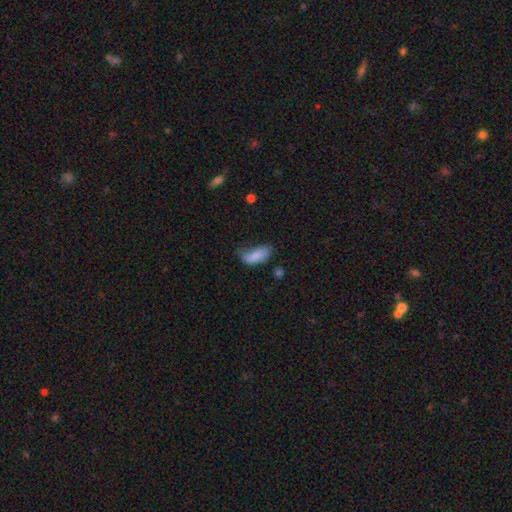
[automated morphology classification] Smooth or featured: smooth — 80% (featured or disk — 12%)
How rounded: in between — 88% (cigar-shaped — 9%)
Merging: minor disturbance — 39% (none — 34%)